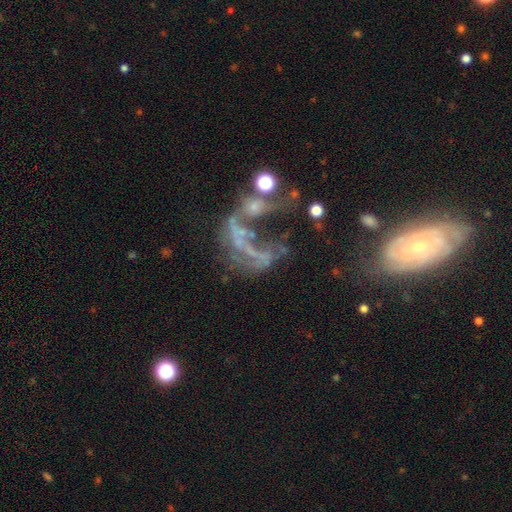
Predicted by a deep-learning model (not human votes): Smooth or featured? featured or disk (59%)
Edge-on disk? no (96%)
Bar? no (74%)
Spiral arms? no (69%)
Bulge size? none (73%)
Merging? major disturbance (45%)